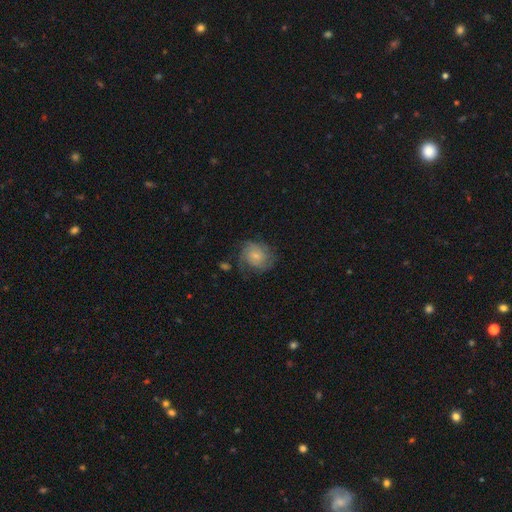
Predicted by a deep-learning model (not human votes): Smooth or featured? smooth (47%)
Merging? none (56%)